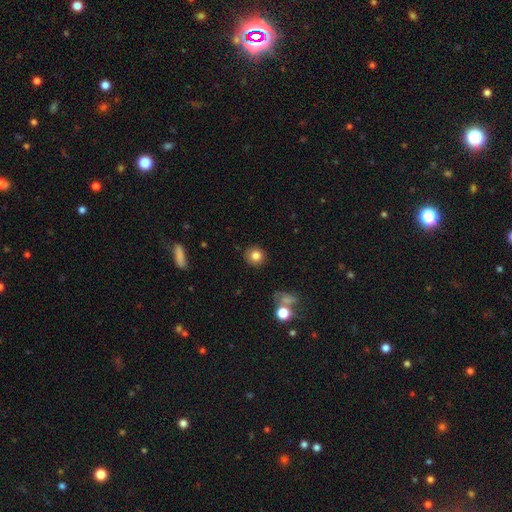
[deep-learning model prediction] A smooth galaxy with no disk features (82%) that is round (91%).

Vote fractions:
- Smooth or featured? smooth: 82% / star or artifact: 11% / featured or disk: 7%
- How rounded? round: 91% / in between: 8% / cigar-shaped: 1%
- Merging? none: 88% / minor disturbance: 8% / major disturbance: 2% / merger: 2%